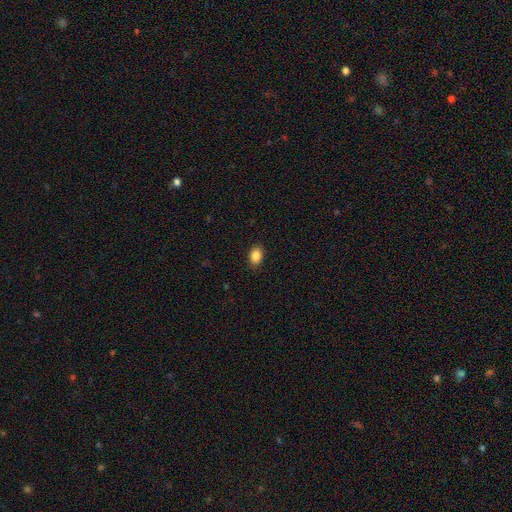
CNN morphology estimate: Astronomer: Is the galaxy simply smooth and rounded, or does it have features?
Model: smooth — 87%.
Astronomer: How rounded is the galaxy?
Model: in between — 77%.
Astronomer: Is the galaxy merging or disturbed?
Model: none — 89%.